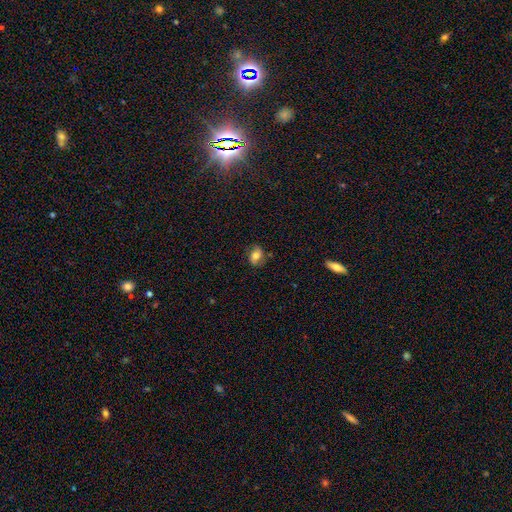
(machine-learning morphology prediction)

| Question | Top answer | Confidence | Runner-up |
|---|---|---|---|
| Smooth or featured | smooth | 65% | featured or disk (25%) |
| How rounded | in between | 66% | round (32%) |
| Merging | none | 73% | minor disturbance (19%) |